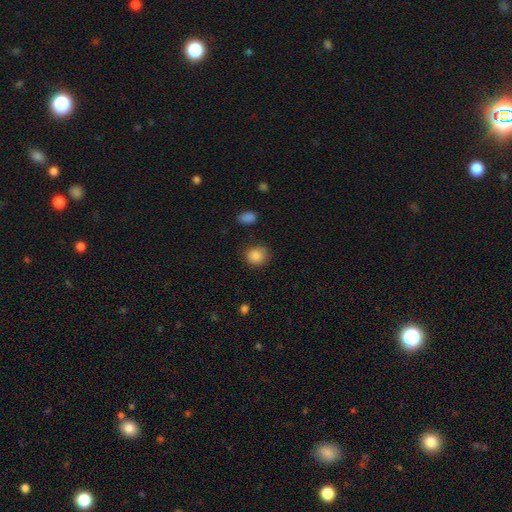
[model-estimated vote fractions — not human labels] This appears to be a smooth galaxy with no disk features (87%) that is round (78%). Merging: none (82%).